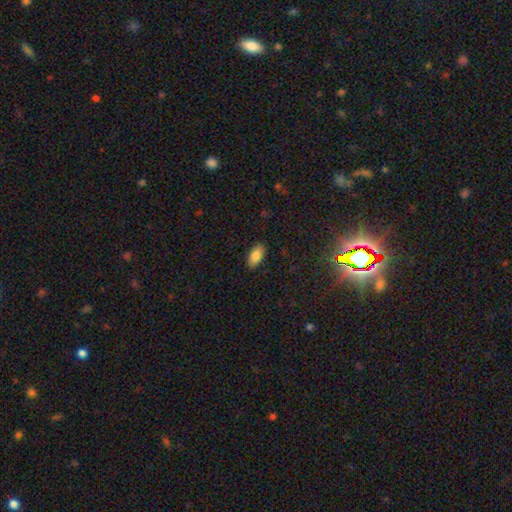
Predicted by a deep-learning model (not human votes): The model was most divided on "smooth or featured": smooth: 84%, featured or disk: 8%, star or artifact: 7%. More confident: how rounded — in between (92%); merging — none (87%).